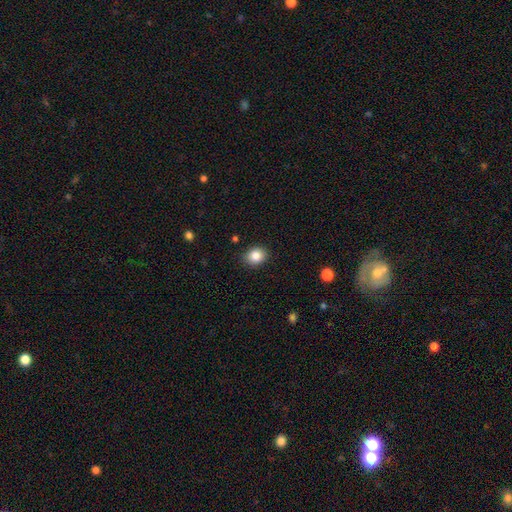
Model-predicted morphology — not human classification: smooth_or_featured: smooth (p=0.84) [alt: star or artifact p=0.10]
how_rounded: round (p=0.59) [alt: in between p=0.41]
merging: none (p=0.89) [alt: minor disturbance p=0.08]